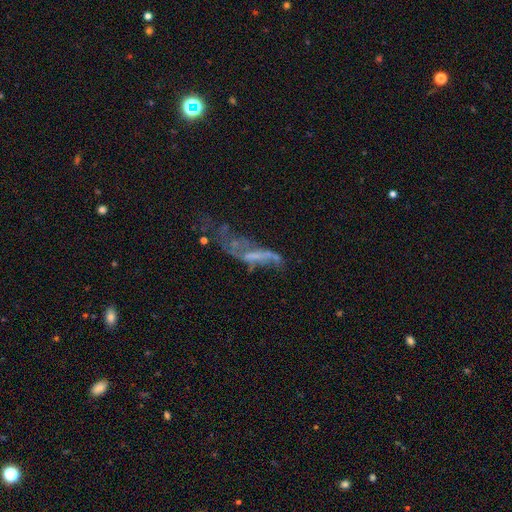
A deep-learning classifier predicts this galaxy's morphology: smooth-or-featured: featured or disk: 60% | smooth: 24% | star or artifact: 17%
  disk-edge-on: no: 78% | yes: 22%
  merging: major disturbance: 41% | none: 28% | minor disturbance: 18% | merger: 13%